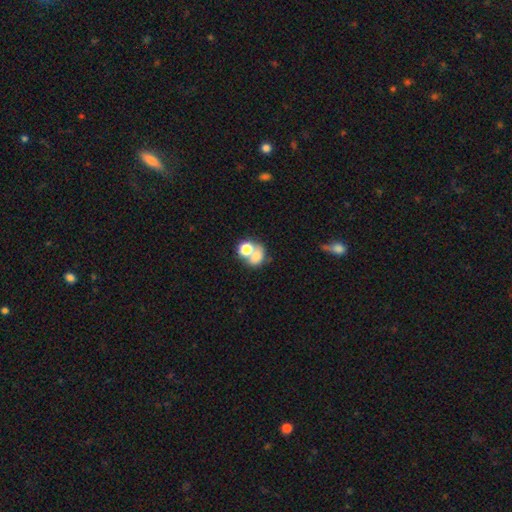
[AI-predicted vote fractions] Q: Smooth or featured?
A: smooth (71%); runner-up: featured or disk (15%)
Q: How rounded?
A: round (55%); runner-up: in between (44%)
Q: Merging?
A: merger (55%); runner-up: none (29%)